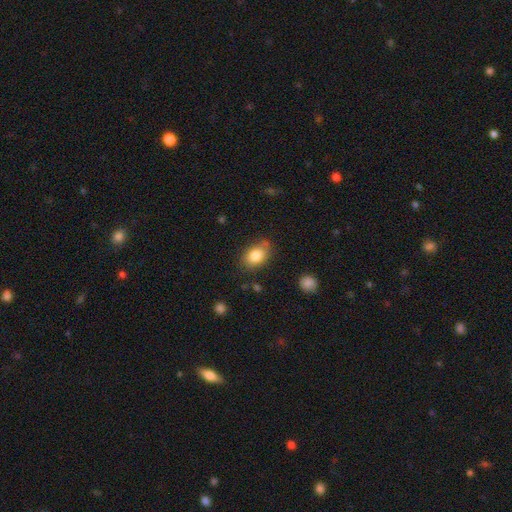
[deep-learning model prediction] The model was most divided on "merging": none: 70%, minor disturbance: 22%, major disturbance: 5%, merger: 3%. More confident: smooth or featured — smooth (83%); how rounded — in between (79%).